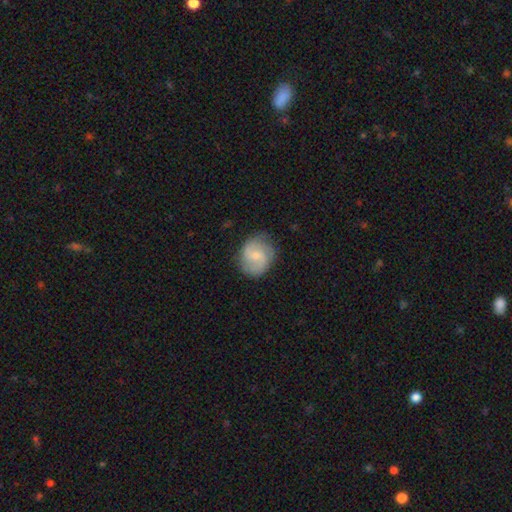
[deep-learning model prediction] This appears to be a featured or disk galaxy (59%) with a weak bar (53%), 2 (80%) medium (49%) spiral arms (91%) and a small central bulge (54%). Merging: none (77%).